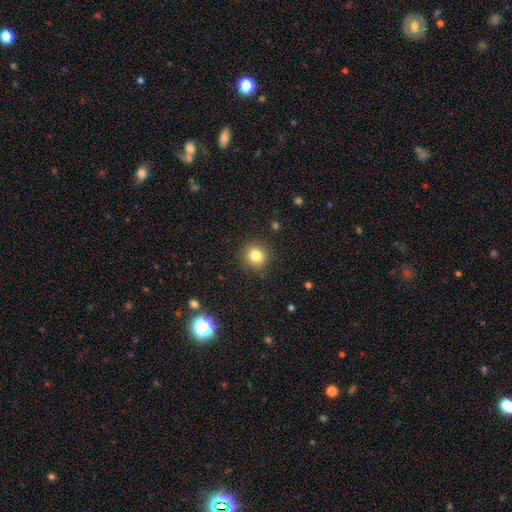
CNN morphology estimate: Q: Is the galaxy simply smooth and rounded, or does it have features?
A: smooth — 81%.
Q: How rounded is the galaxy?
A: round — 90%.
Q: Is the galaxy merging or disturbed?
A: none — 87%.